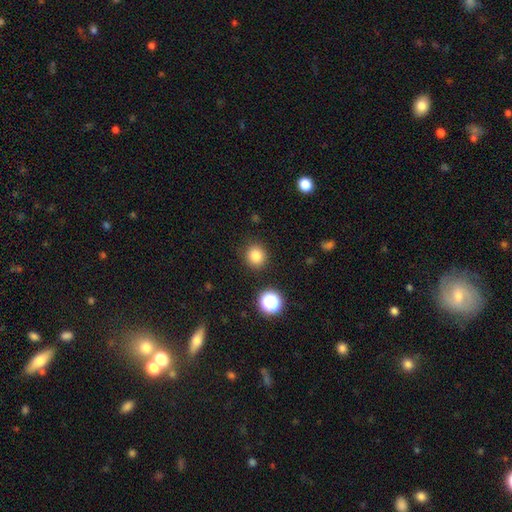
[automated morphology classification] Smooth or featured? smooth (82%)
How rounded? round (88%)
Merging? none (88%)